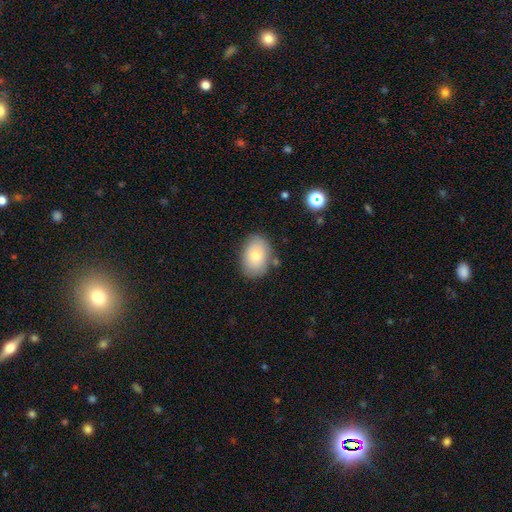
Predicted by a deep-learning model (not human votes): Smooth or featured? smooth (78%)
How rounded? in between (81%)
Merging? none (81%)